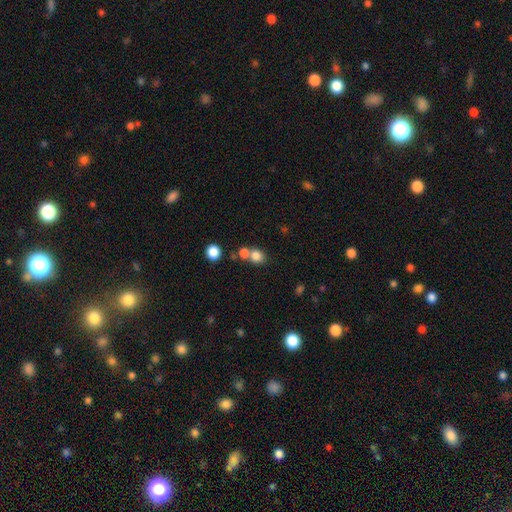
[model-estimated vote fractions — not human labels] Smooth or featured? Predicted: smooth (p=0.80). How rounded? Predicted: round (p=0.72). Merging? Predicted: none (p=0.48).